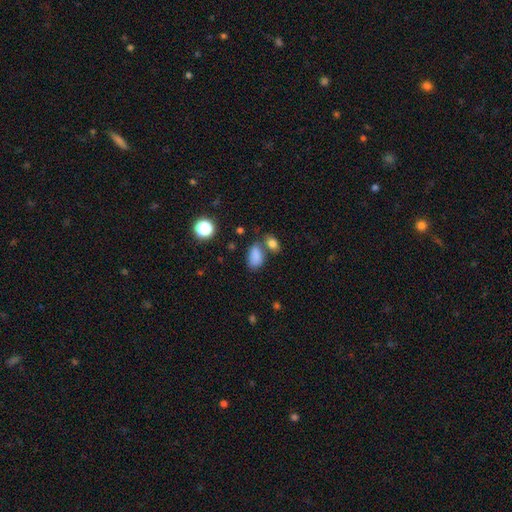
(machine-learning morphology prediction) type=smooth (84%); roundness=in between (90%); merging=none (56%).